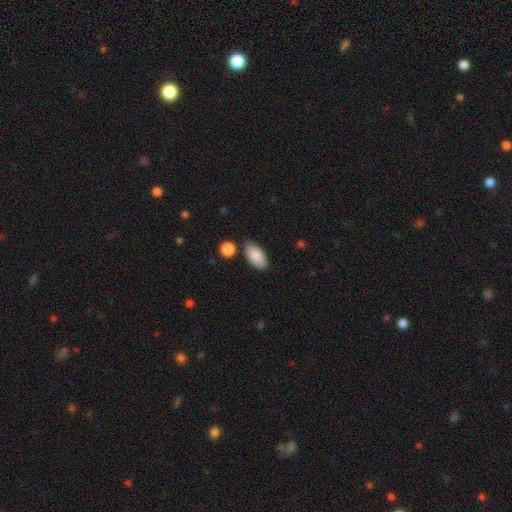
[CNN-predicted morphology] smooth-or-featured: smooth: 87% | featured or disk: 7% | star or artifact: 6%
  how-rounded: in between: 93% | cigar-shaped: 4% | round: 3%
  merging: none: 78% | minor disturbance: 14% | merger: 4% | major disturbance: 3%